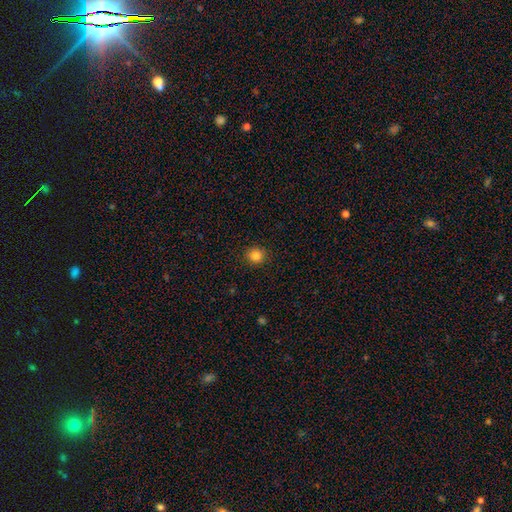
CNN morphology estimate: Q: Smooth or featured?
A: smooth (84%); runner-up: star or artifact (12%)
Q: How rounded?
A: round (89%); runner-up: in between (10%)
Q: Merging?
A: none (91%); runner-up: minor disturbance (6%)